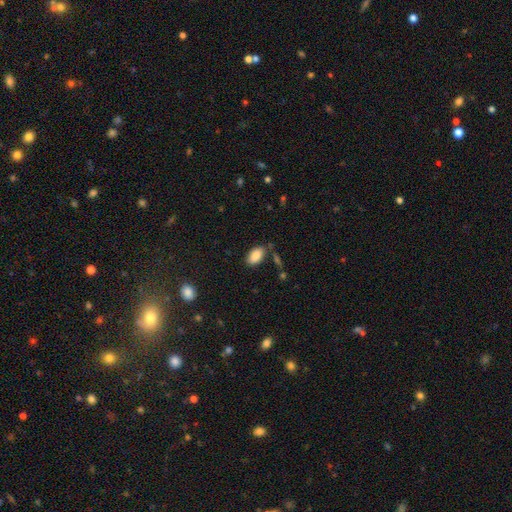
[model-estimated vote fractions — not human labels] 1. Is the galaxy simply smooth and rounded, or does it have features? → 87% smooth, 8% star or artifact, 5% featured or disk.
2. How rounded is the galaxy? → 94% in between, 4% round, 2% cigar-shaped.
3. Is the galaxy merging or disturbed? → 76% none, 15% minor disturbance, 6% merger, 4% major disturbance.